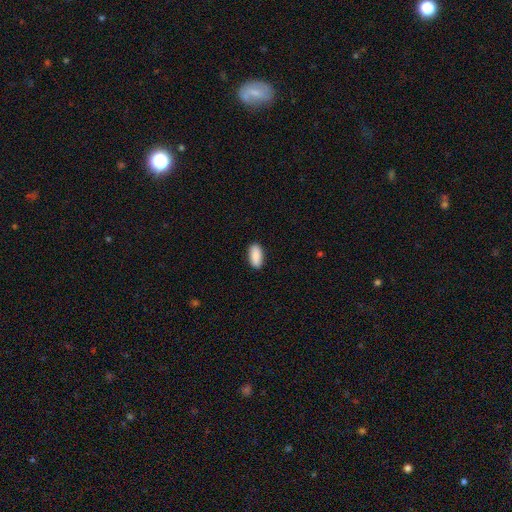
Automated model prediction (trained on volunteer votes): Smooth or featured: smooth — 88% (star or artifact — 6%)
How rounded: in between — 89% (cigar-shaped — 9%)
Merging: none — 89% (minor disturbance — 8%)